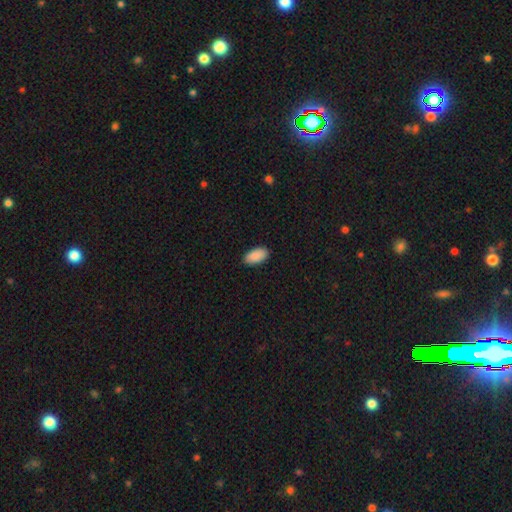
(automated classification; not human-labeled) smooth_or_featured: smooth (p=0.90) [alt: star or artifact p=0.06]
how_rounded: in between (p=0.95) [alt: cigar-shaped p=0.03]
merging: none (p=0.89) [alt: minor disturbance p=0.08]